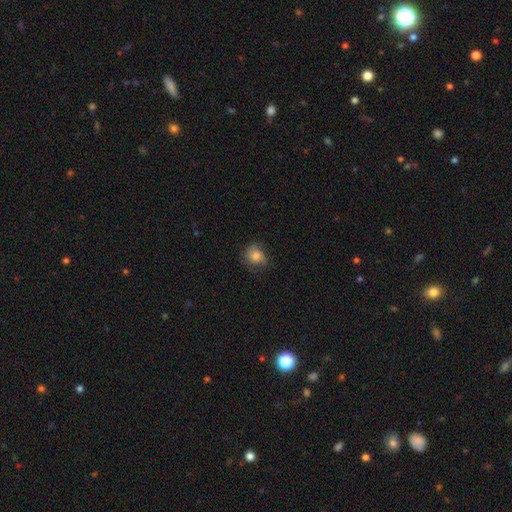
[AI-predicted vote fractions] Overall: smooth (70%). How rounded: round (67%; in between 32%). Merging: none (61%; minor disturbance 26%).